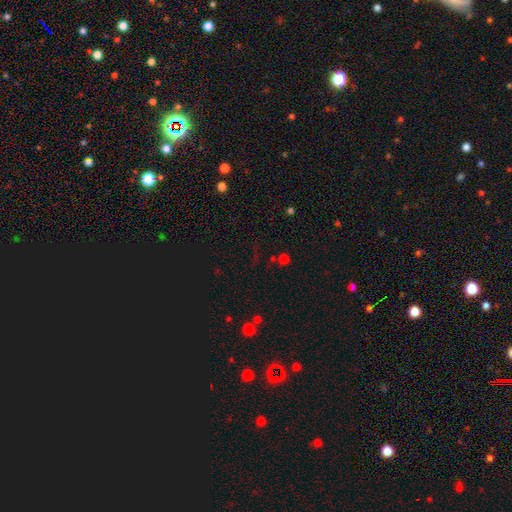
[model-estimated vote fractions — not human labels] Morphology: type=star or artifact (63%).